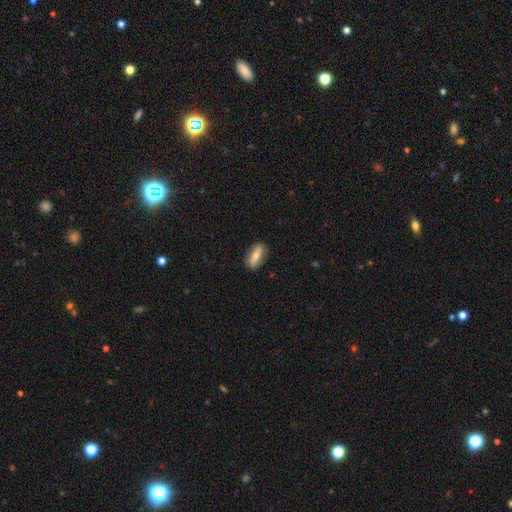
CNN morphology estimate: The model was most divided on "smooth or featured": smooth: 55%, featured or disk: 38%, star or artifact: 7%. More confident: merging — none (85%); how rounded — in between (74%).